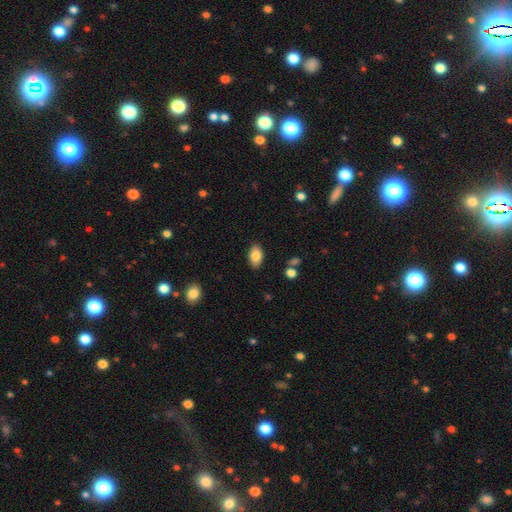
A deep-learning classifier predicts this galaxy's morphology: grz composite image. It shows a smooth galaxy with no disk features (85%) that is in between round and cigar-shaped (92%). Merging: none (86%).